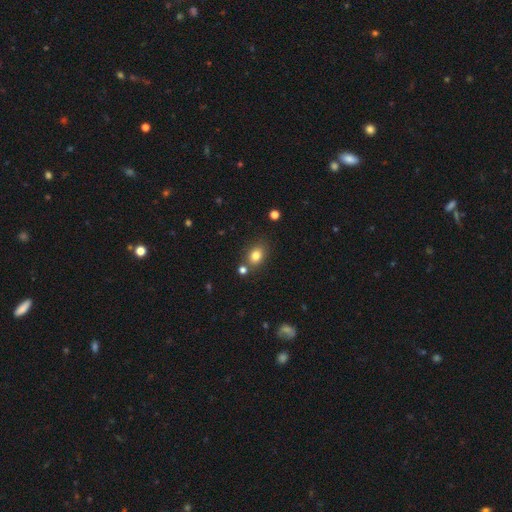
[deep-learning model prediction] This is clearly a smooth galaxy (81%). How rounded: likely in between (61%). Merging: likely none (74%).